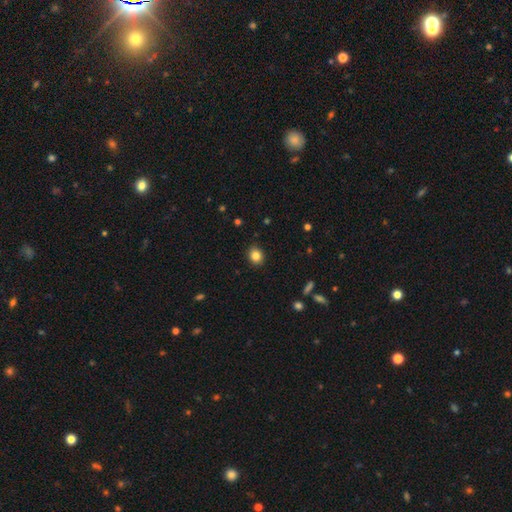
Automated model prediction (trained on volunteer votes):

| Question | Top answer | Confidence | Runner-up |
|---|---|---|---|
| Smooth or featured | smooth | 85% | star or artifact (10%) |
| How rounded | round | 67% | in between (32%) |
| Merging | none | 89% | minor disturbance (8%) |